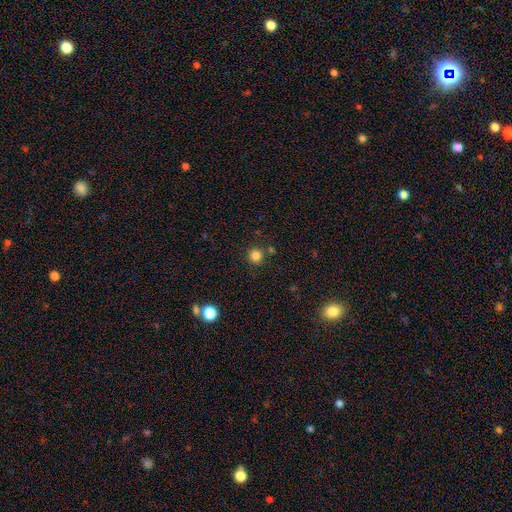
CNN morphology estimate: Smooth or featured: smooth — 83% (star or artifact — 13%)
How rounded: round — 94% (in between — 5%)
Merging: none — 82% (minor disturbance — 8%)